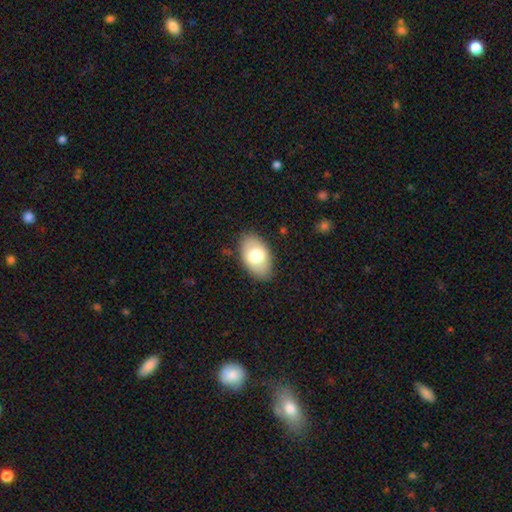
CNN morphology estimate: The model was most divided on "smooth or featured": smooth: 71%, featured or disk: 23%, star or artifact: 7%. More confident: how rounded — in between (93%); merging — none (84%).